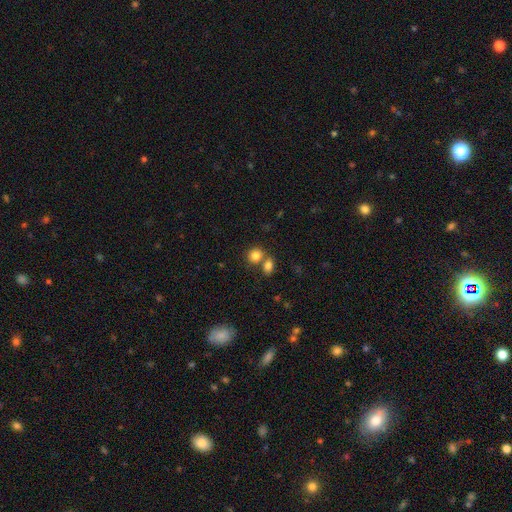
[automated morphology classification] A smooth galaxy with no disk features (83%) that is round (70%). Merging: none (51%).